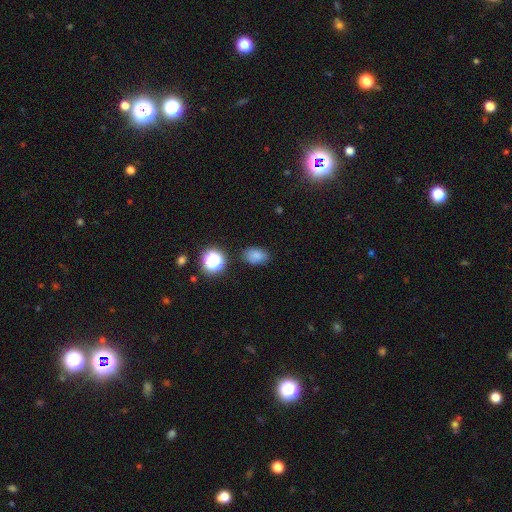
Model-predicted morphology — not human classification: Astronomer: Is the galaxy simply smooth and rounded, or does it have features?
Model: smooth — 78%.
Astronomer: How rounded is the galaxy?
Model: in between — 79%.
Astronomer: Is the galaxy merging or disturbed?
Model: none — 81%.